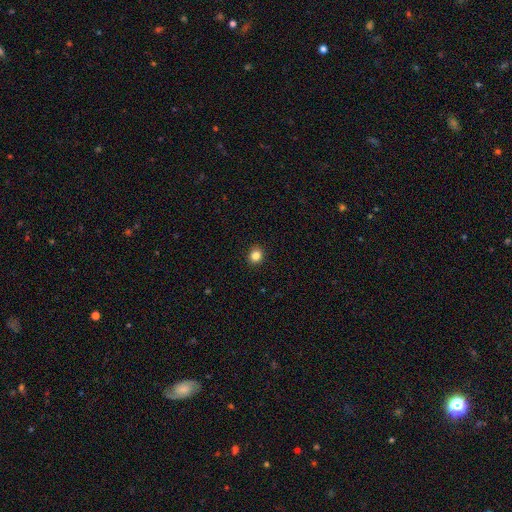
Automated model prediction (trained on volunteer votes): This is clearly a smooth galaxy (84%). How rounded: clearly round (83%). Merging: clearly none (92%).